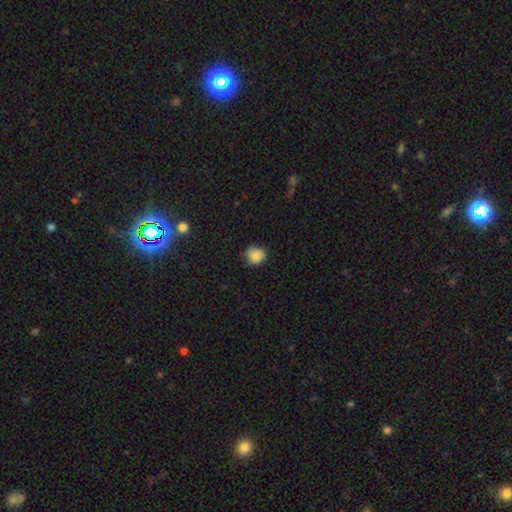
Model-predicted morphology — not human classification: Smooth or featured?
  - smooth: 85% *
  - star or artifact: 10%
  - featured or disk: 6%
How rounded?
  - round: 79% *
  - in between: 20%
  - cigar-shaped: 1%
Merging?
  - none: 75% *
  - minor disturbance: 21%
  - major disturbance: 3%
  - merger: 1%